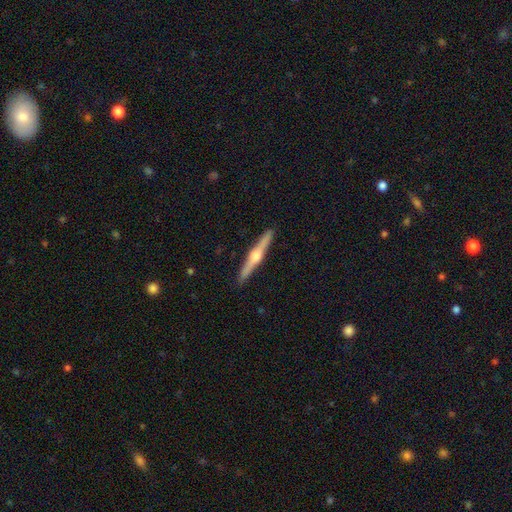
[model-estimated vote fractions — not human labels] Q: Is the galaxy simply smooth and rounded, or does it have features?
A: featured or disk — 76%.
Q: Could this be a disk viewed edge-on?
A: yes — 98%.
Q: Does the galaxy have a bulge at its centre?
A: rounded — 93%.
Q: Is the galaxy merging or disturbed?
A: none — 92%.